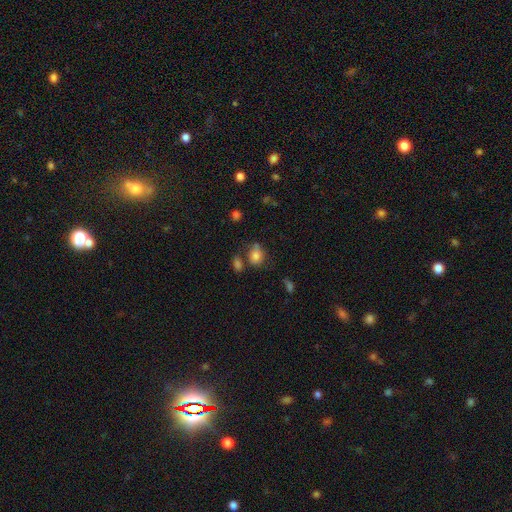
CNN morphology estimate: Smooth or featured? Predicted: smooth (p=0.78). How rounded? Predicted: in between (p=0.49, tied with round). Merging? Predicted: none (p=0.53).